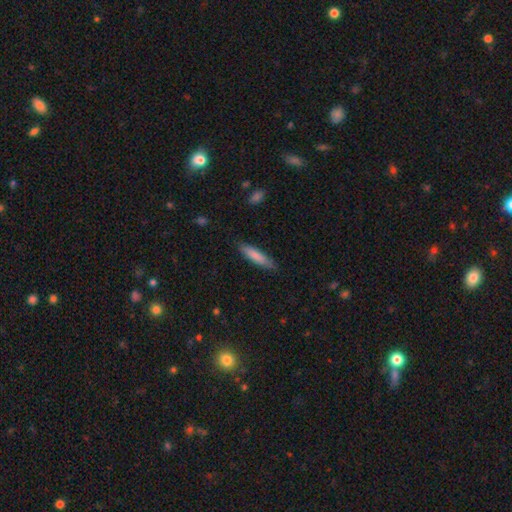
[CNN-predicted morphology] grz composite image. It shows a smooth galaxy with no disk features (81%) that is cigar-shaped (81%). Merging: none (85%).